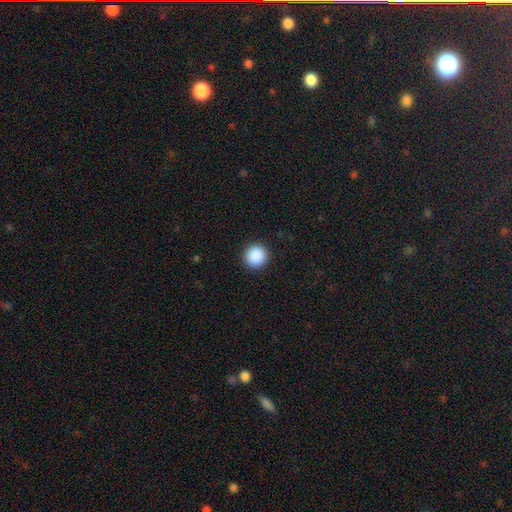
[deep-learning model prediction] A smooth galaxy with no disk features (89%) that is round (95%).

Vote fractions:
- Smooth or featured? smooth: 89% / star or artifact: 8% / featured or disk: 2%
- How rounded? round: 95% / in between: 4% / cigar-shaped: 1%
- Merging? none: 93% / minor disturbance: 5% / major disturbance: 2% / merger: 1%